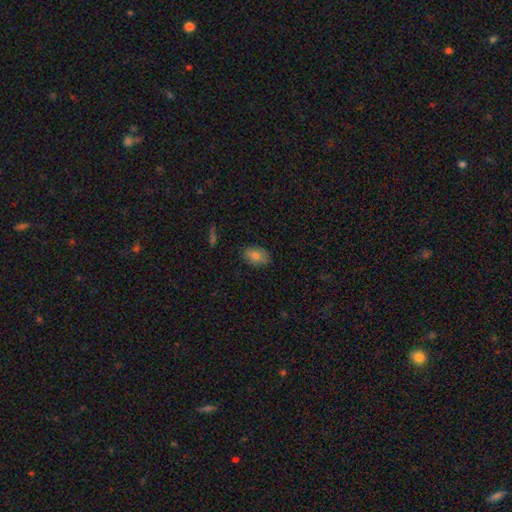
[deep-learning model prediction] smooth_or_featured: smooth (p=0.80) [alt: featured or disk p=0.11]
how_rounded: in between (p=0.85) [alt: round p=0.14]
merging: none (p=0.83) [alt: minor disturbance p=0.13]